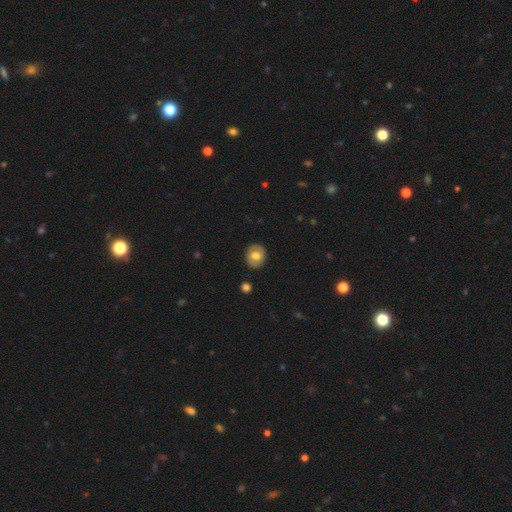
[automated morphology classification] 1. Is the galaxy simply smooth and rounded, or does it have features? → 63% smooth, 30% featured or disk, 8% star or artifact.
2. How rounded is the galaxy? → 56% round, 43% in between, 1% cigar-shaped.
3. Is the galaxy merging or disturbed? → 87% none, 10% minor disturbance, 2% major disturbance, 1% merger.